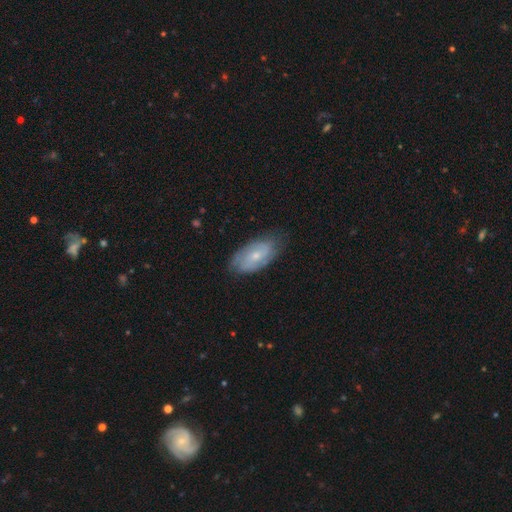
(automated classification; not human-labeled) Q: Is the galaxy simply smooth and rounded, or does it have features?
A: featured or disk — 53%.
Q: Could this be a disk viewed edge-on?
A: no — 91%.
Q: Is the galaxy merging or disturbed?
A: none — 74%.